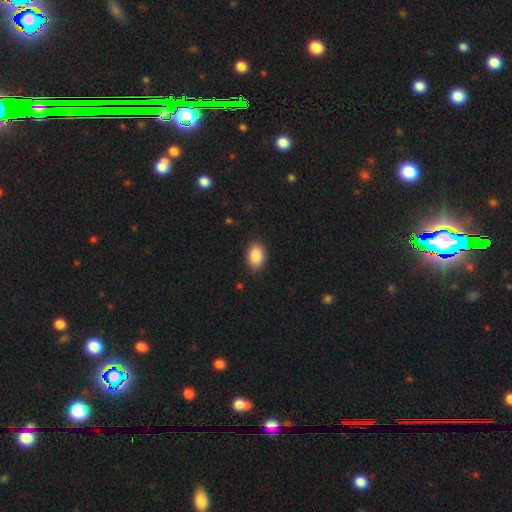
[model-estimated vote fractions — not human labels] Smooth or featured?
  - smooth: 89% *
  - star or artifact: 7%
  - featured or disk: 3%
How rounded?
  - in between: 85% *
  - round: 14%
  - cigar-shaped: 1%
Merging?
  - none: 88% *
  - minor disturbance: 9%
  - major disturbance: 2%
  - merger: 1%